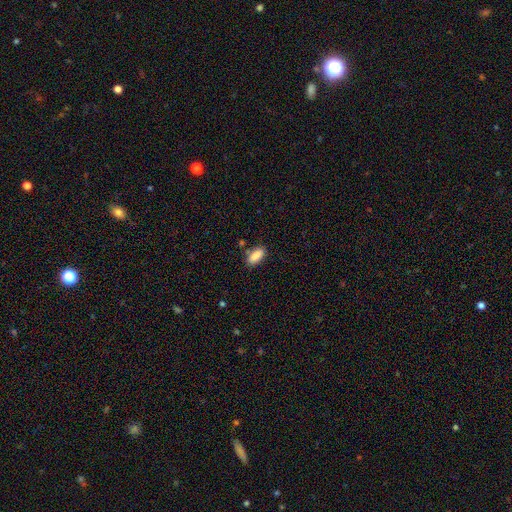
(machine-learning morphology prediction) Smooth or featured? Predicted: smooth (p=0.88). How rounded? Predicted: in between (p=0.87). Merging? Predicted: none (p=0.80).